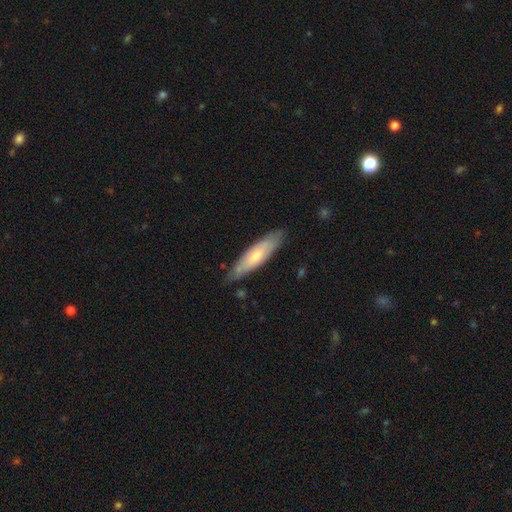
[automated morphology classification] Smooth or featured?
  - smooth: 53% *
  - featured or disk: 42%
  - star or artifact: 6%
How rounded?
  - cigar-shaped: 68% *
  - in between: 30%
  - round: 1%
Merging?
  - none: 80% *
  - minor disturbance: 16%
  - major disturbance: 3%
  - merger: 2%